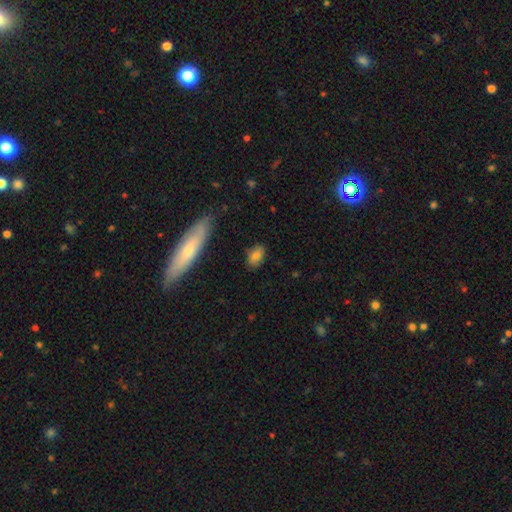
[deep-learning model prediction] Smooth or featured?
  - smooth: 81% *
  - featured or disk: 10%
  - star or artifact: 9%
How rounded?
  - in between: 81% *
  - round: 15%
  - cigar-shaped: 4%
Merging?
  - none: 82% *
  - minor disturbance: 13%
  - major disturbance: 3%
  - merger: 2%